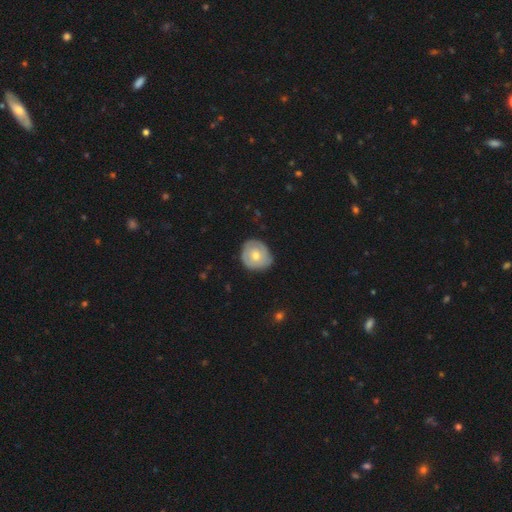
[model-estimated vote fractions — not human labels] smooth-or-featured: smooth: 51% | featured or disk: 43% | star or artifact: 6%
  how-rounded: round: 76% | in between: 23% | cigar-shaped: 1%
  merging: none: 73% | minor disturbance: 22% | major disturbance: 4% | merger: 1%